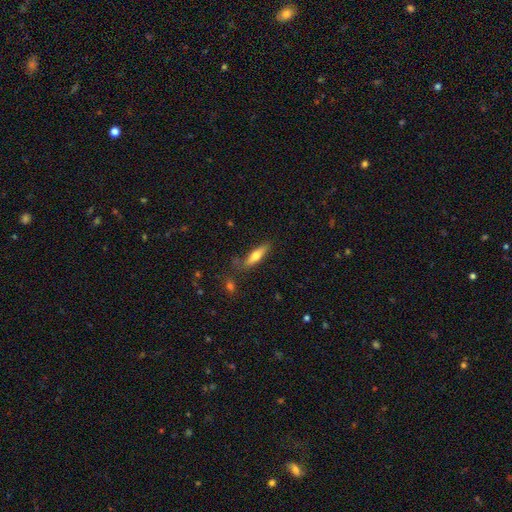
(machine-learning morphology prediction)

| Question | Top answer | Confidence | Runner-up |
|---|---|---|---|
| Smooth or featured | smooth | 61% | featured or disk (32%) |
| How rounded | cigar-shaped | 65% | in between (33%) |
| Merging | none | 75% | minor disturbance (17%) |